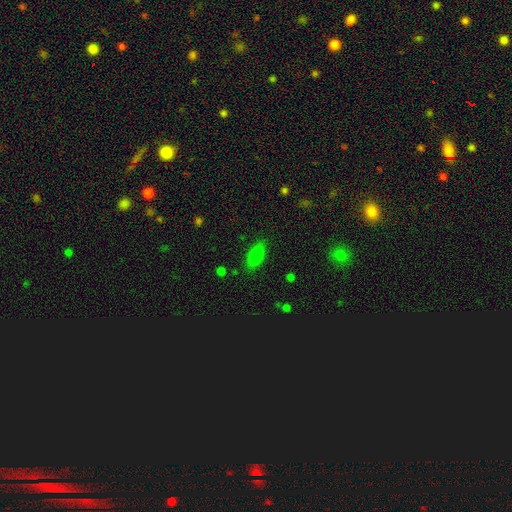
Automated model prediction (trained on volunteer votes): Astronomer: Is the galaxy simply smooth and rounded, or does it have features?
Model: smooth — 77%.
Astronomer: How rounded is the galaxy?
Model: in between — 81%.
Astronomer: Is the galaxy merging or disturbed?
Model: none — 84%.